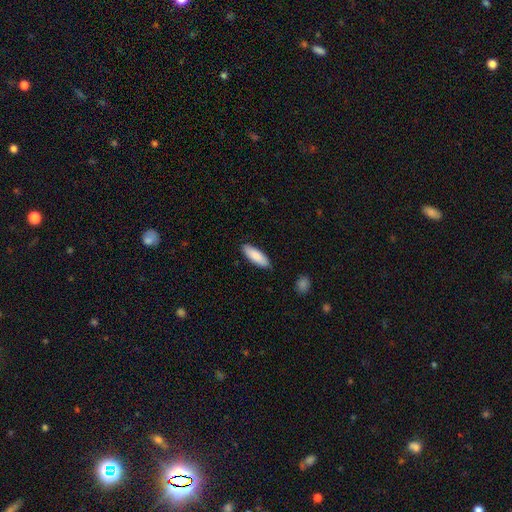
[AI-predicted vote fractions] This is clearly a smooth galaxy (87%). How rounded: likely in between (63%). Merging: clearly none (86%).